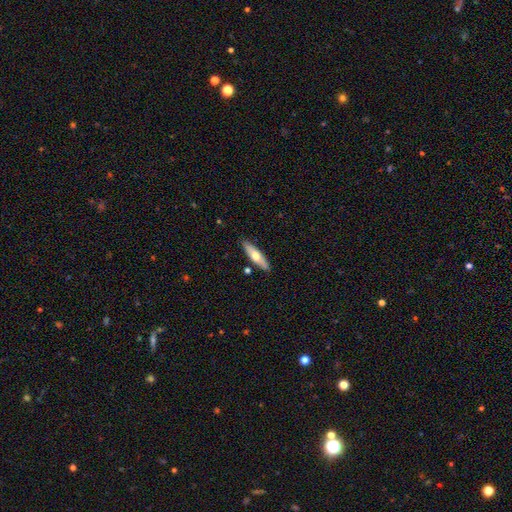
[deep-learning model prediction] Morphology: type=smooth (57%); roundness=cigar-shaped (58%); merging=none (86%).